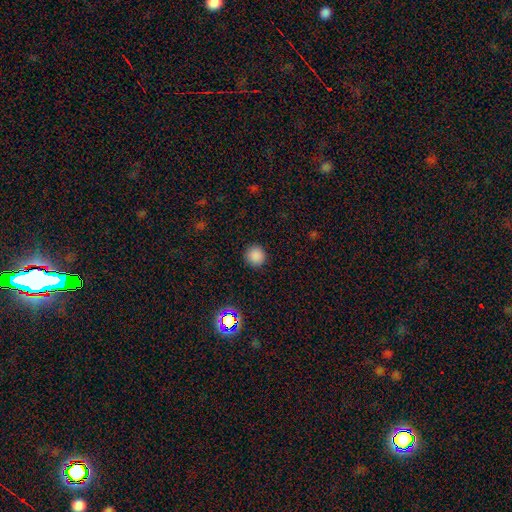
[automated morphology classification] Smooth or featured?
  - smooth: 84% *
  - star or artifact: 13%
  - featured or disk: 3%
How rounded?
  - round: 95% *
  - in between: 4%
  - cigar-shaped: 1%
Merging?
  - none: 91% *
  - minor disturbance: 5%
  - major disturbance: 2%
  - merger: 1%